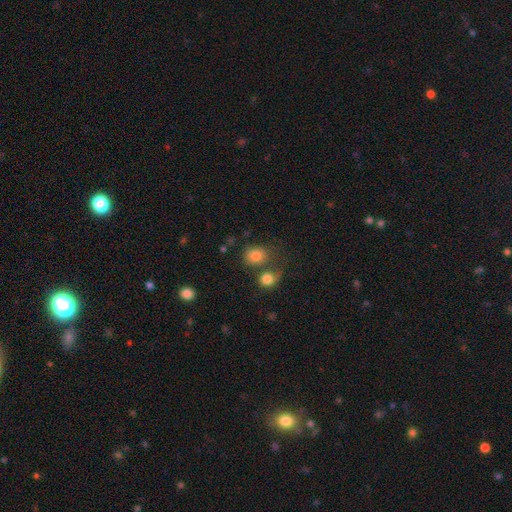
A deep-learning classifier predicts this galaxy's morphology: This appears to be a smooth galaxy with no disk features (81%) that is round (67%). Merging: none (56%).